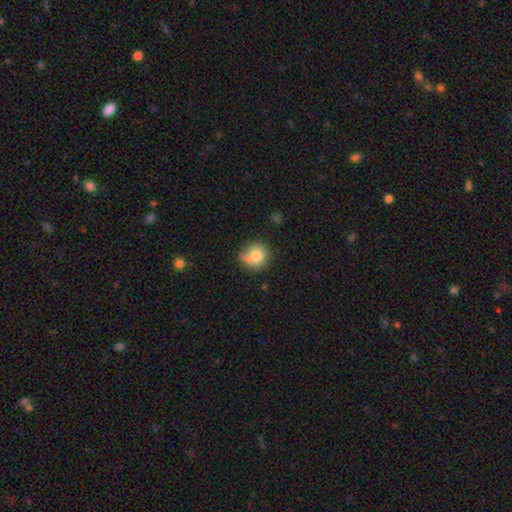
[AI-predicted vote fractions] A smooth galaxy with no disk features (78%) that is round (85%).

Vote fractions:
- Smooth or featured? smooth: 78% / featured or disk: 13% / star or artifact: 9%
- How rounded? round: 85% / in between: 14% / cigar-shaped: 1%
- Merging? none: 57% / minor disturbance: 26% / major disturbance: 9% / merger: 8%